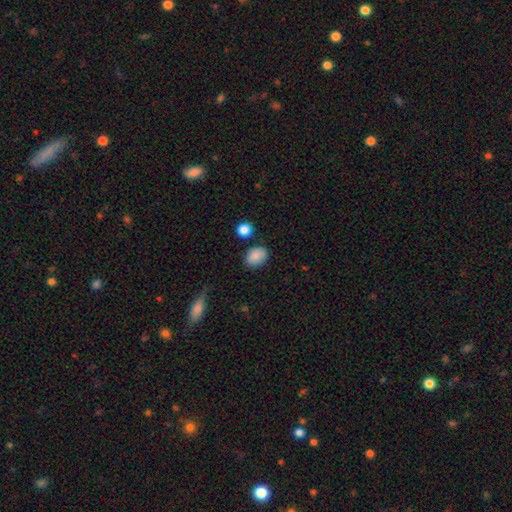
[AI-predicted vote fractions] Overall: smooth (86%). How rounded: in between (73%). Merging: none (74%).